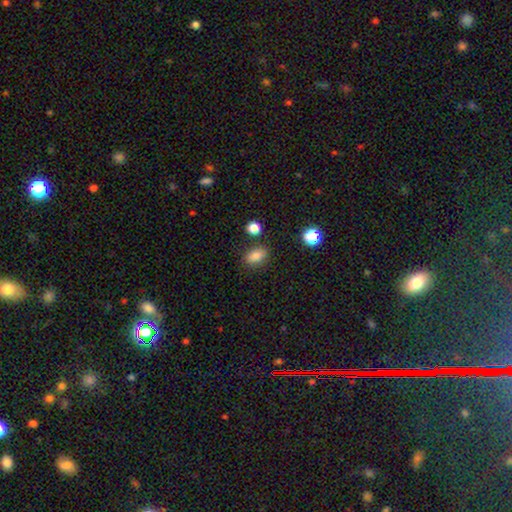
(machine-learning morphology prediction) Overall: smooth (84%). How rounded: in between (82%). Merging: none (81%).